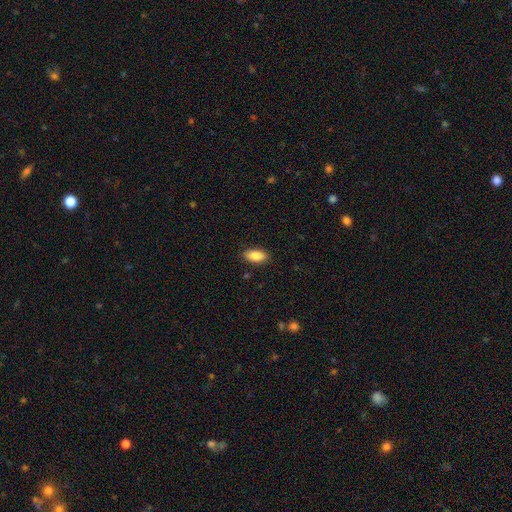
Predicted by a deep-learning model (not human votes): Smooth or featured?
  - smooth: 86% *
  - featured or disk: 7%
  - star or artifact: 7%
How rounded?
  - in between: 90% *
  - cigar-shaped: 7%
  - round: 3%
Merging?
  - none: 88% *
  - minor disturbance: 9%
  - major disturbance: 2%
  - merger: 1%